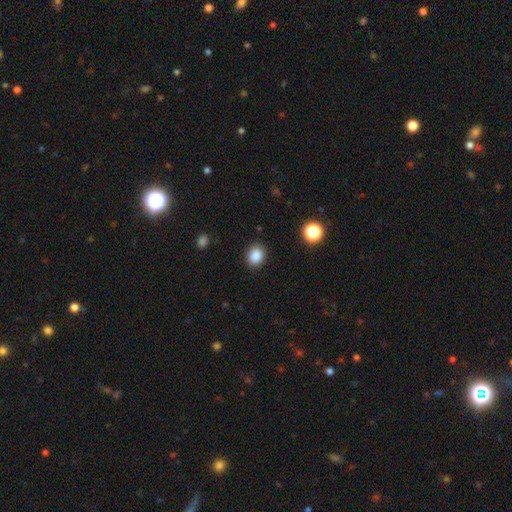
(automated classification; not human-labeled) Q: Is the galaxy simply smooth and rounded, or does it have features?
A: smooth — 87%.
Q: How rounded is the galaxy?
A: round — 55%.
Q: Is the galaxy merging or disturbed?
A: none — 87%.